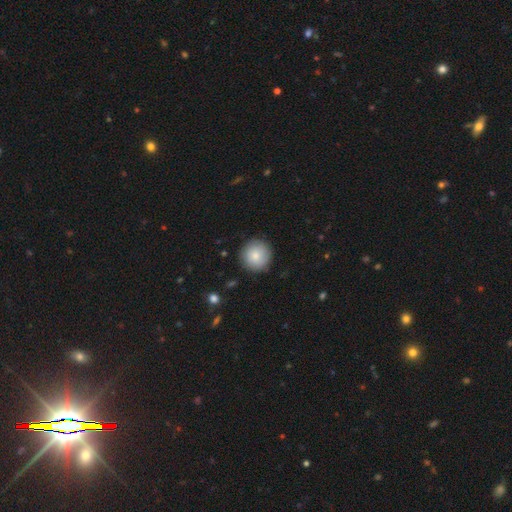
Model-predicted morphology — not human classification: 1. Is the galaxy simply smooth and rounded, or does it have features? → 84% smooth, 9% featured or disk, 7% star or artifact.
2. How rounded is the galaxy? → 95% round, 4% in between, 1% cigar-shaped.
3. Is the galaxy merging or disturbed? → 88% none, 8% minor disturbance, 2% major disturbance, 1% merger.